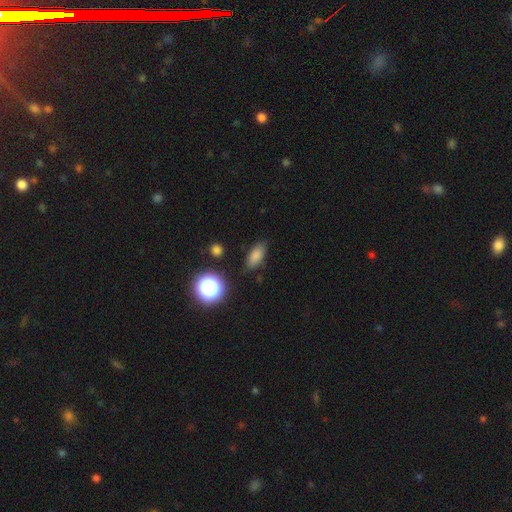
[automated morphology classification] Smooth or featured: smooth — 80% (star or artifact — 13%)
How rounded: in between — 82% (cigar-shaped — 10%)
Merging: none — 82% (minor disturbance — 13%)